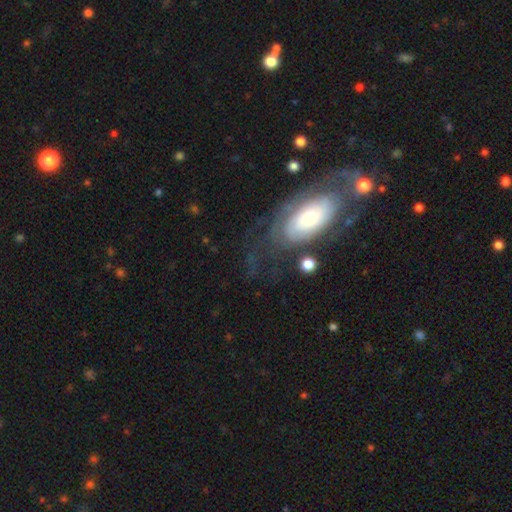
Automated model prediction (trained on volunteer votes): Smooth or featured: featured or disk — 64% (smooth — 26%)
Edge-on disk: no — 90% (yes — 10%)
Bar: no — 75% (weak — 18%)
Spiral arms: yes — 71% (no — 29%)
Bulge size: moderate — 40% (small — 30%)
Merging: none — 67% (minor disturbance — 16%)